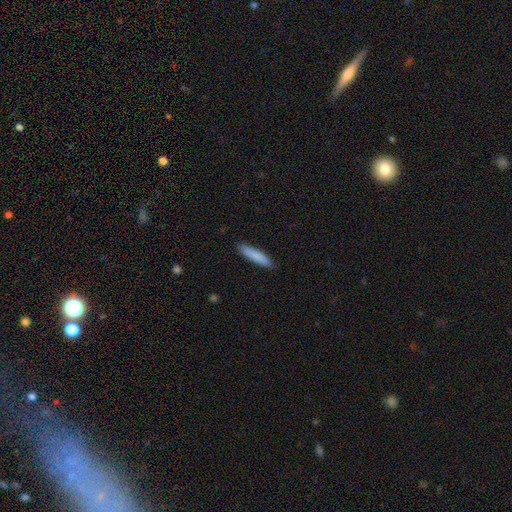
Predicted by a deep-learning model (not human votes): This is clearly a smooth galaxy (85%). How rounded: clearly cigar-shaped (84%). Merging: clearly none (89%).